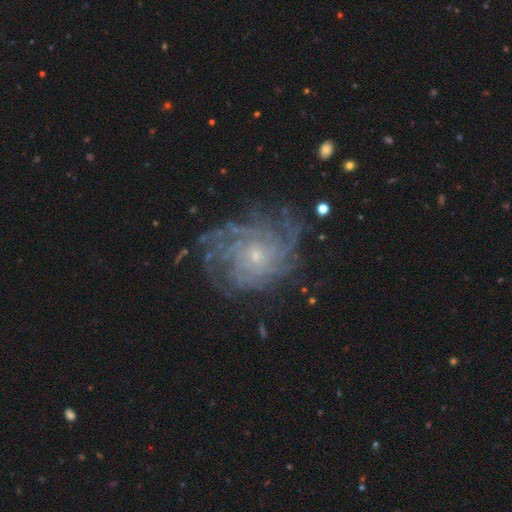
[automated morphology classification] smooth-or-featured: featured or disk: 86% | star or artifact: 8% | smooth: 6%
  disk-edge-on: no: 97% | yes: 3%
    bar: no: 78% | weak: 19% | strong: 4%
    has-spiral-arms: yes: 96% | no: 4%
      spiral-winding: tight: 65% | medium: 27% | loose: 8%
      spiral-arm-count: more than 4: 30% | can't tell: 27% | 4: 19% | 3: 9% | 2: 8% | 1: 7%
    bulge-size: small: 79% | moderate: 17% | none: 2% | large: 1% | dominant: 1%
  merging: none: 71% | minor disturbance: 16% | major disturbance: 11% | merger: 2%